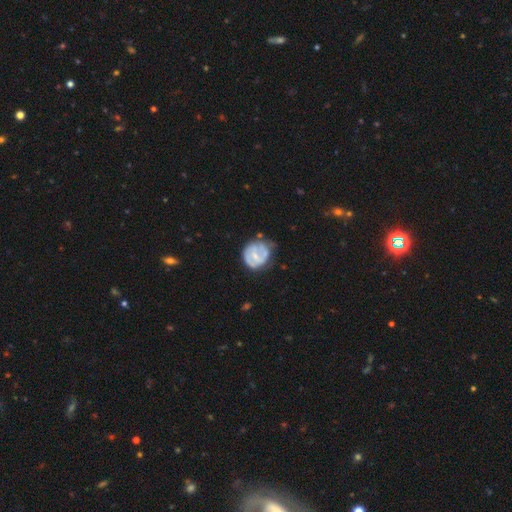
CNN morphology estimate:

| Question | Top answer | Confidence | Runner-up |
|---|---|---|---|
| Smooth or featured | featured or disk | 60% | smooth (34%) |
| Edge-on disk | no | 98% | yes (2%) |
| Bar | no | 48% | weak (41%) |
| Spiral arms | yes | 56% | no (44%) |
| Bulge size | small | 56% | moderate (33%) |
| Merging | none | 44% | minor disturbance (35%) |